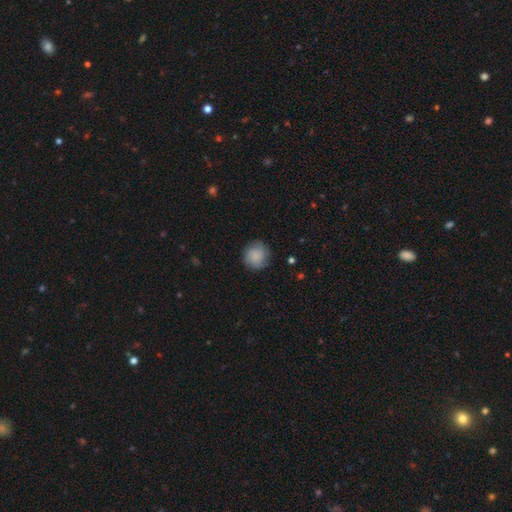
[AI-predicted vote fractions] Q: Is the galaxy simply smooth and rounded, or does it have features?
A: smooth — 80%.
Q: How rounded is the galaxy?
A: round — 91%.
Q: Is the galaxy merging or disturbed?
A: none — 82%.